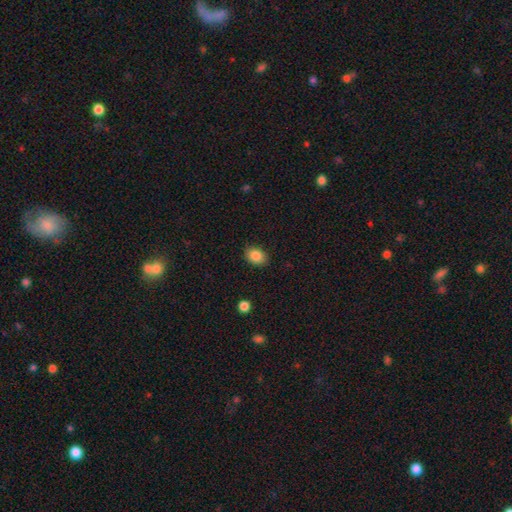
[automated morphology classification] Smooth or featured: smooth — 86% (star or artifact — 9%)
How rounded: in between — 67% (round — 32%)
Merging: none — 86% (minor disturbance — 10%)